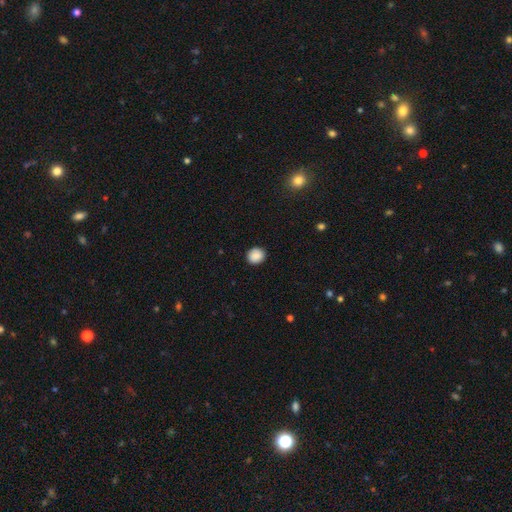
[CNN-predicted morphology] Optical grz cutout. It shows a smooth galaxy with no disk features (88%) that is round (82%). Merging: none (90%).